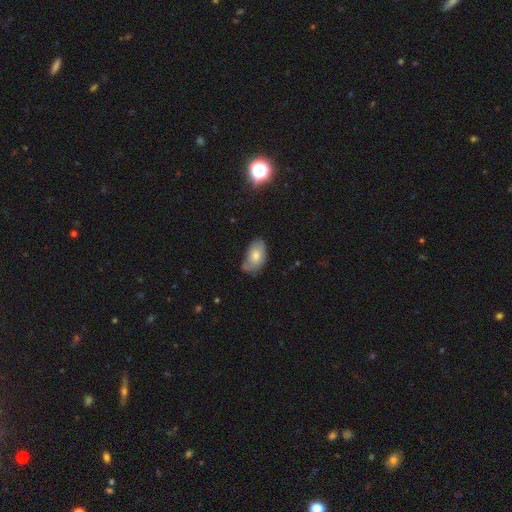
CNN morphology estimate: This appears to be a smooth galaxy with no disk features (73%) that is in between round and cigar-shaped (93%). Merging: none (58%).